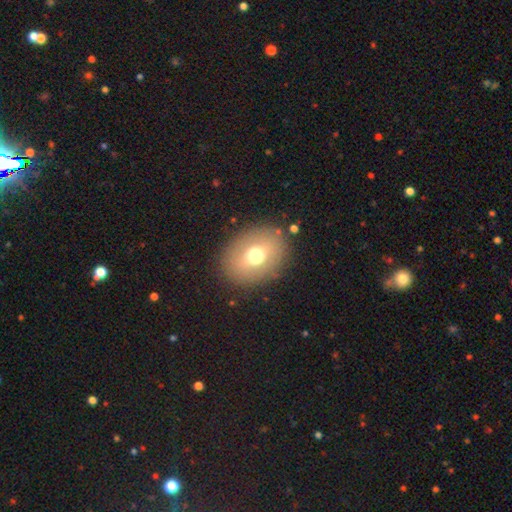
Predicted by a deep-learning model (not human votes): Smooth or featured: smooth — 67% (featured or disk — 22%)
How rounded: in between — 60% (round — 39%)
Merging: none — 86% (minor disturbance — 9%)